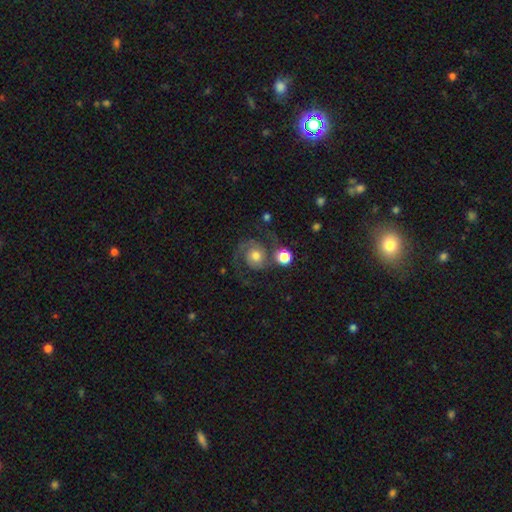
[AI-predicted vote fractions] Smooth or featured?
  - featured or disk: 80% *
  - smooth: 13%
  - star or artifact: 7%
Edge-on disk?
  - no: 98% *
  - yes: 2%
Bar?
  - no: 76% *
  - weak: 21%
  - strong: 4%
Spiral arms?
  - yes: 96% *
  - no: 4%
Spiral winding?
  - medium: 50% *
  - loose: 27%
  - tight: 24%
Spiral arm count?
  - 2: 89% *
  - 1: 4%
  - can't tell: 3%
  - 3: 2%
  - 4: 1%
  - more than 4: 1%
Bulge size?
  - moderate: 64% *
  - small: 18%
  - large: 13%
  - none: 3%
  - dominant: 2%
Merging?
  - none: 60% *
  - minor disturbance: 15%
  - major disturbance: 15%
  - merger: 11%